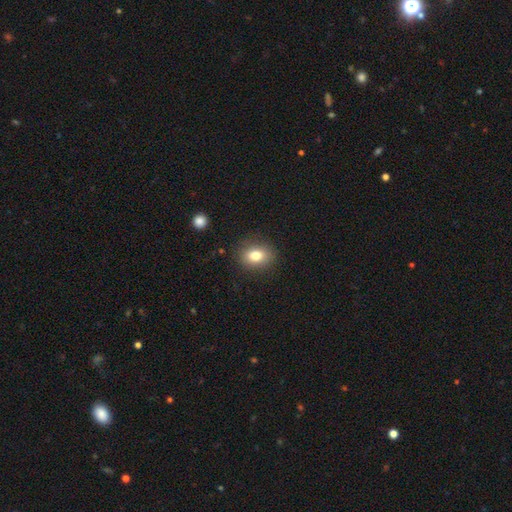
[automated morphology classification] The model was most divided on "how rounded": in between: 58%, round: 41%, cigar-shaped: 1%. More confident: merging — none (87%); smooth or featured — smooth (79%).